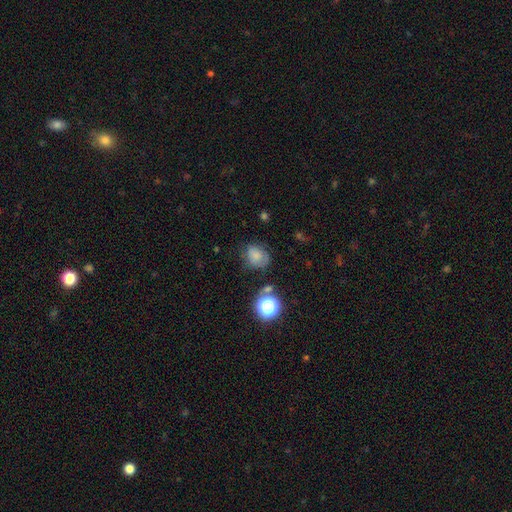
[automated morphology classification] This is likely a smooth galaxy (71%). How rounded: possibly round (54%). Merging: possibly none (54%).